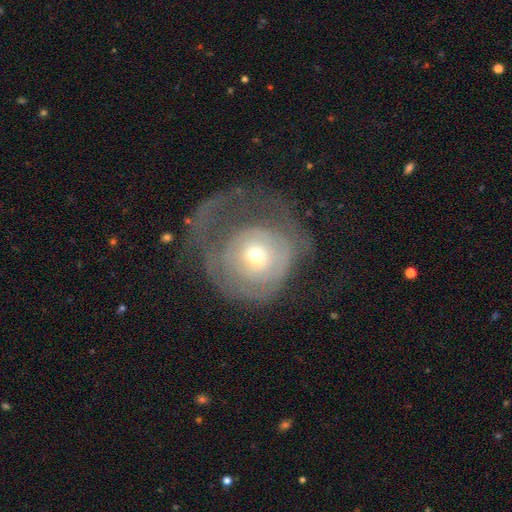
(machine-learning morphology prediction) A featured or disk galaxy (61%) with no bar (83%), spiral arms (54%) and a small central bulge (55%). Merging: major disturbance (48%).